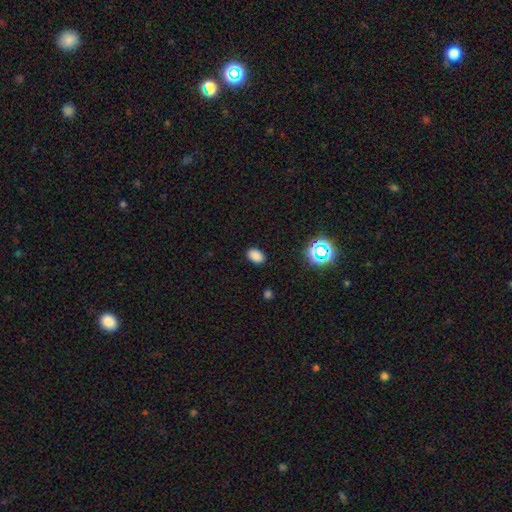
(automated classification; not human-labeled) A smooth galaxy with no disk features (81%) that is in between round and cigar-shaped (85%).

Vote fractions:
- Smooth or featured? smooth: 81% / star or artifact: 15% / featured or disk: 4%
- How rounded? in between: 85% / round: 14% / cigar-shaped: 1%
- Merging? none: 88% / minor disturbance: 9% / major disturbance: 2% / merger: 1%